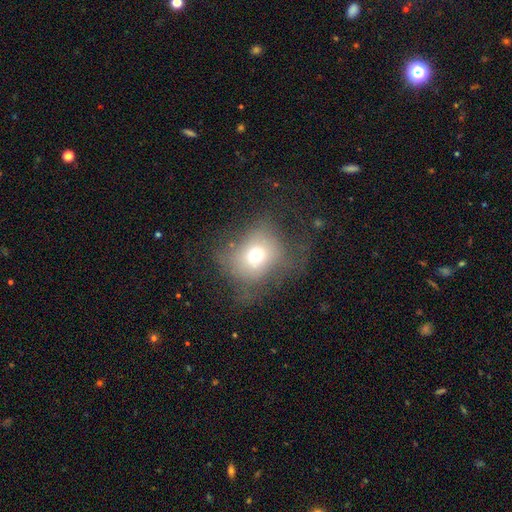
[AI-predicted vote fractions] Q: Smooth or featured?
A: smooth (64%); runner-up: featured or disk (19%)
Q: How rounded?
A: round (69%); runner-up: in between (30%)
Q: Merging?
A: none (45%); runner-up: major disturbance (30%)